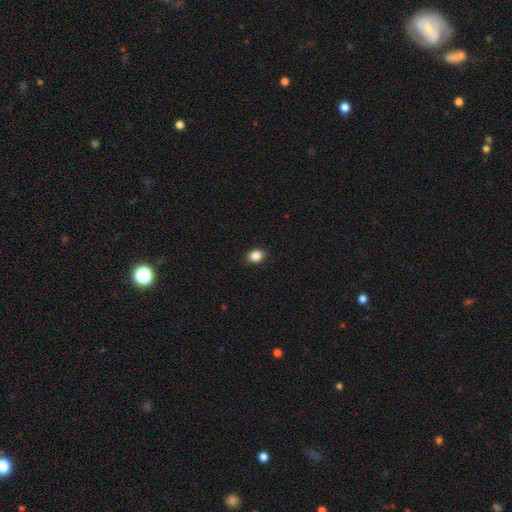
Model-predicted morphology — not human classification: Overall: smooth (87%). How rounded: in between (63%; round 36%). Merging: none (90%).